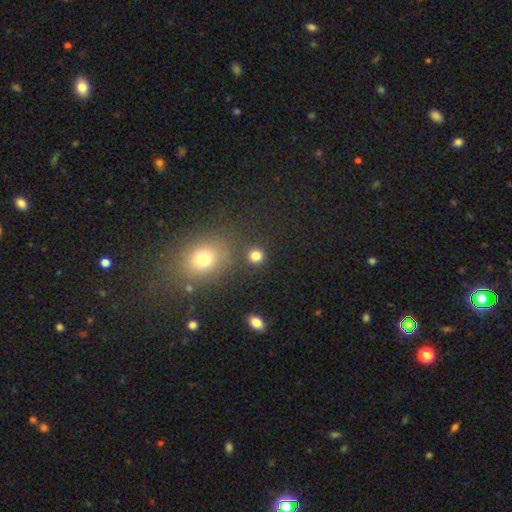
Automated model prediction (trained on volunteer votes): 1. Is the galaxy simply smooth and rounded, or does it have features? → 82% smooth, 14% star or artifact, 5% featured or disk.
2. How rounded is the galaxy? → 89% round, 10% in between, 1% cigar-shaped.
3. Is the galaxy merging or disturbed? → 85% none, 7% minor disturbance, 5% merger, 3% major disturbance.